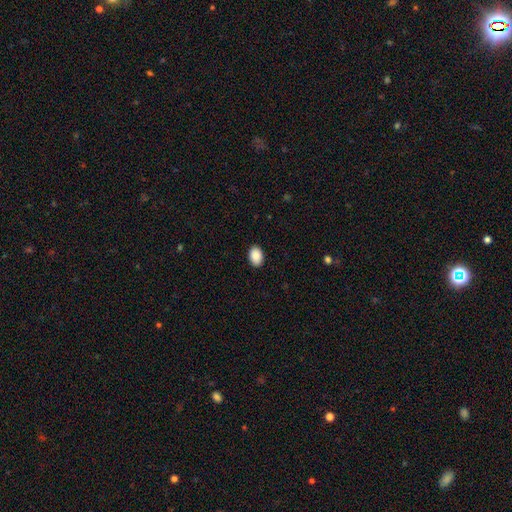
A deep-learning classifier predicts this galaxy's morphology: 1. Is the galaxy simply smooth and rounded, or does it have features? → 90% smooth, 7% star or artifact, 3% featured or disk.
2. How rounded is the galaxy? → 83% in between, 16% round, 1% cigar-shaped.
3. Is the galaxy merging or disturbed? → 90% none, 7% minor disturbance, 2% major disturbance, 1% merger.